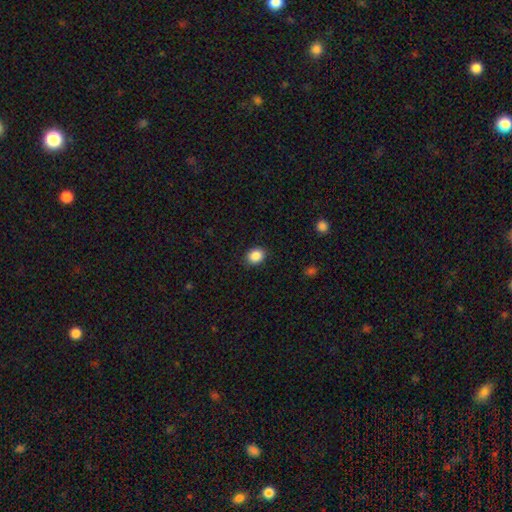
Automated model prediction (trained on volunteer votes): This appears to be a smooth galaxy with no disk features (88%) that is in between round and cigar-shaped (50%). Merging: none (89%).